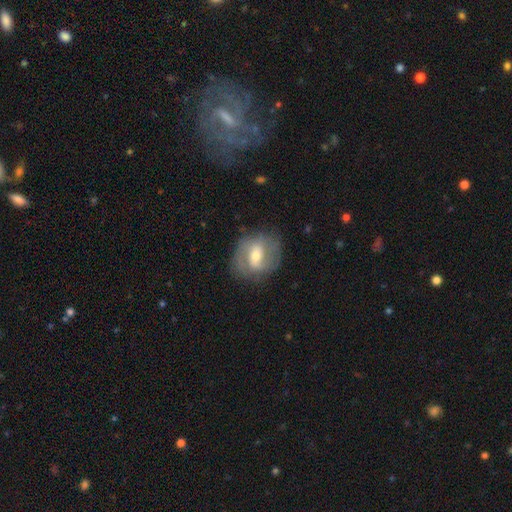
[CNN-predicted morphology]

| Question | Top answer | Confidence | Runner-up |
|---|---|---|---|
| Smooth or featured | featured or disk | 71% | smooth (23%) |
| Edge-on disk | no | 96% | yes (4%) |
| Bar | weak | 49% | strong (30%) |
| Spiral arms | yes | 82% | no (18%) |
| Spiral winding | medium | 46% | tight (30%) |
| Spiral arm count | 2 | 78% | can't tell (12%) |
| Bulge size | moderate | 60% | small (33%) |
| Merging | none | 75% | minor disturbance (17%) |